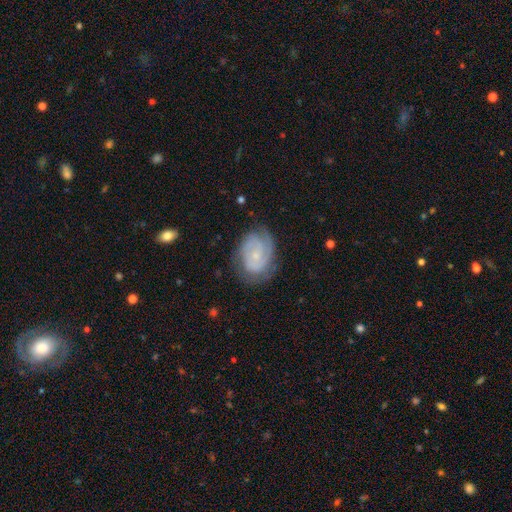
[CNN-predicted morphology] Smooth or featured? Predicted: featured or disk (p=0.79). Edge-on disk? Predicted: no (p=0.97). Bar? Predicted: no (p=0.67). Spiral arms? Predicted: yes (p=0.94). Spiral winding? Predicted: tight (p=0.64). Spiral arm count? Predicted: 2 (p=0.47). Bulge size? Predicted: small (p=0.72). Merging? Predicted: none (p=0.71).